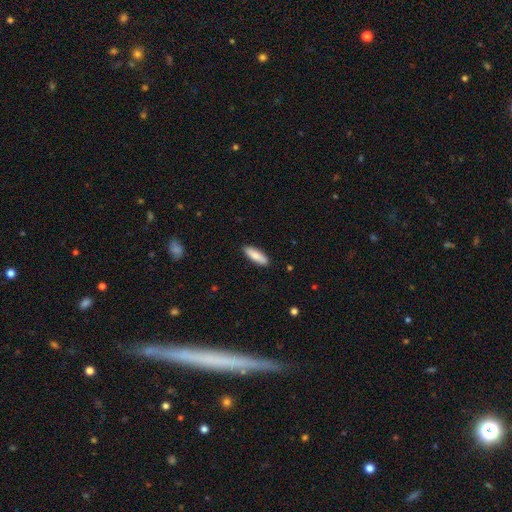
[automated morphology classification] The model was most divided on "how rounded": in between: 51%, cigar-shaped: 47%, round: 2%. More confident: merging — none (89%); smooth or featured — smooth (81%).